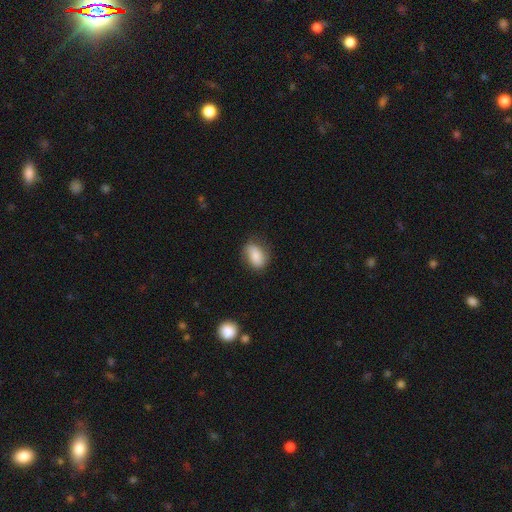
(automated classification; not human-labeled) smooth-or-featured: smooth: 78% | featured or disk: 15% | star or artifact: 8%
  how-rounded: in between: 81% | round: 17% | cigar-shaped: 2%
  merging: none: 71% | minor disturbance: 22% | major disturbance: 6% | merger: 1%